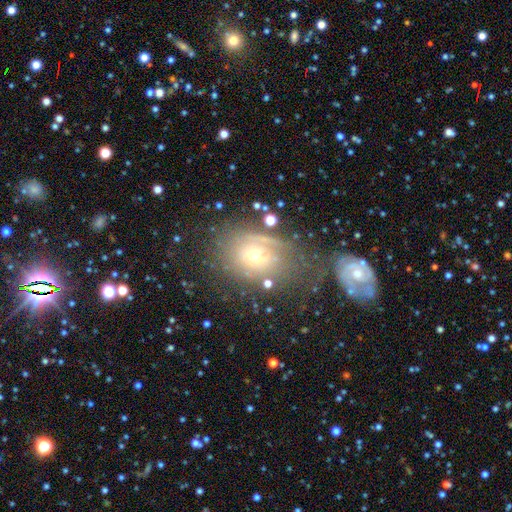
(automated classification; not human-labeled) Overall: featured or disk (44%; smooth 41%). Merging: none (46%; major disturbance 21%).